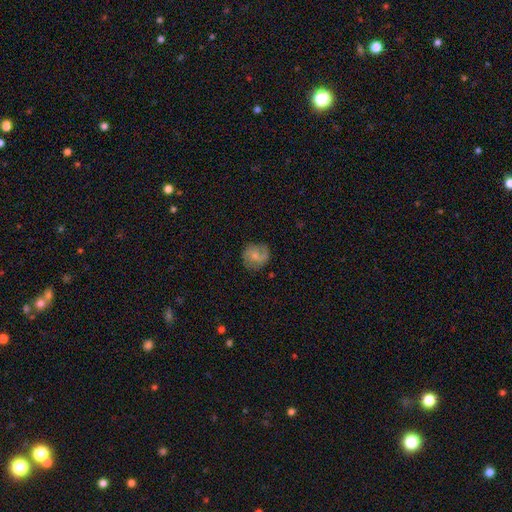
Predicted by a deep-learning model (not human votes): smooth_or_featured: smooth (p=0.51) [alt: featured or disk p=0.40]
how_rounded: round (p=0.83) [alt: in between p=0.16]
merging: none (p=0.71) [alt: minor disturbance p=0.20]